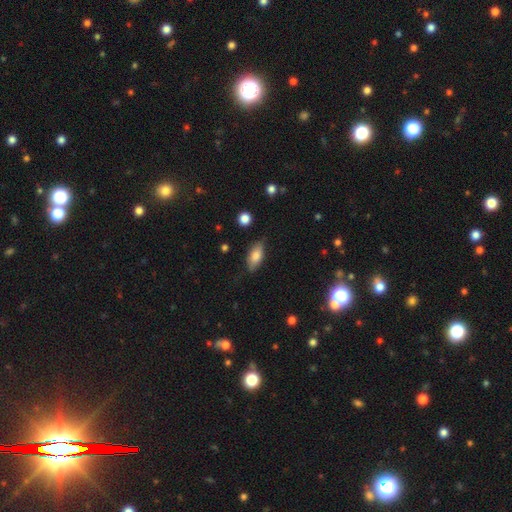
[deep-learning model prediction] Morphology: type=smooth (78%); roundness=in between (86%); merging=none (76%).